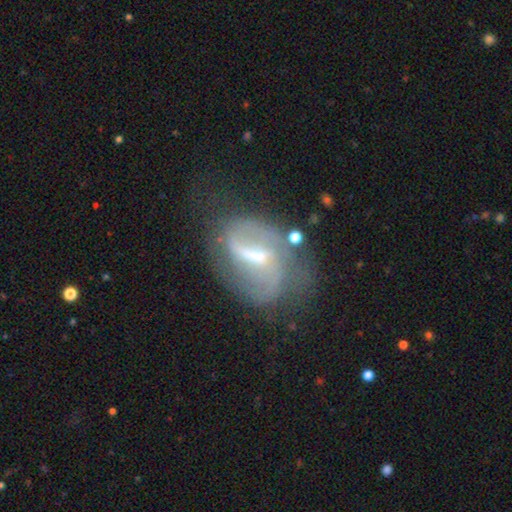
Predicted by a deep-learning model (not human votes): Overall: featured or disk (75%). Edge-on disk: no (96%). Bar: weak (48%; strong 37%). Spiral arms: yes (80%). Spiral arm count: 2 (61%). Spiral winding: loose (45%; medium 38%). Bulge size: small (47%; moderate 38%). Merging: none (45%; major disturbance 25%).